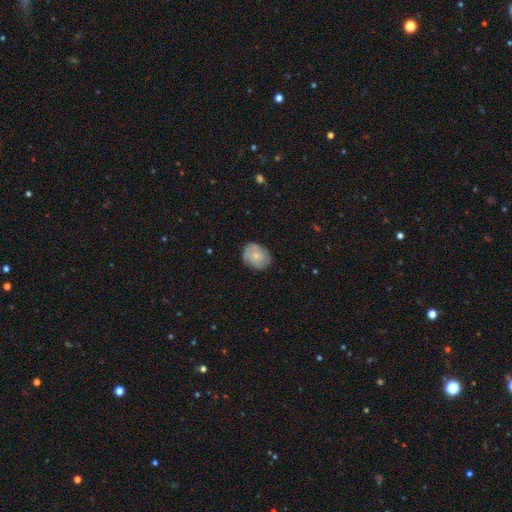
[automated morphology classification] Smooth or featured?
  - featured or disk: 49% *
  - smooth: 44%
  - star or artifact: 7%
Merging?
  - none: 76% *
  - minor disturbance: 18%
  - major disturbance: 4%
  - merger: 1%